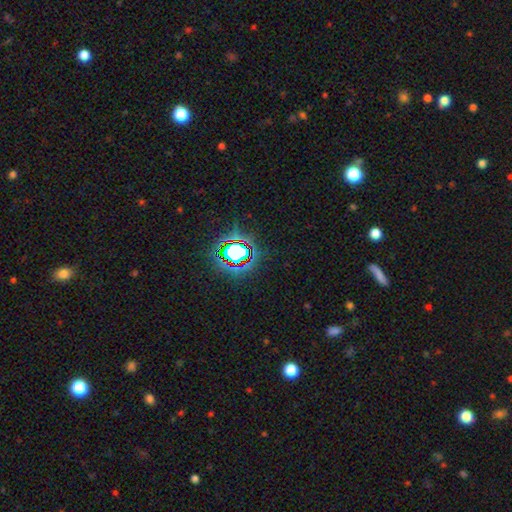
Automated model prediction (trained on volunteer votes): Smooth or featured?
  - star or artifact: 79% *
  - smooth: 13%
  - featured or disk: 8%